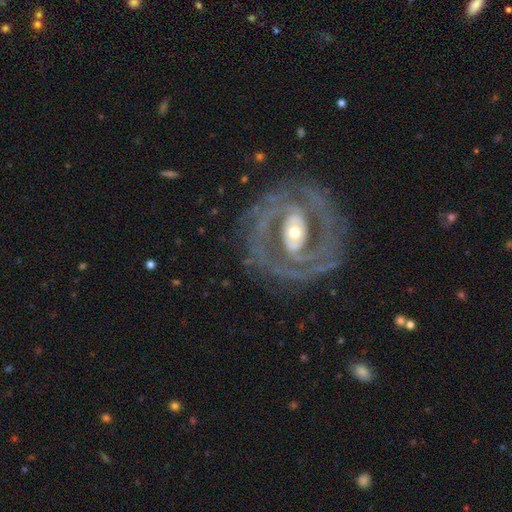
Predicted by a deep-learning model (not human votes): Smooth or featured? featured or disk (88%)
Edge-on disk? no (96%)
Bar? strong (36%)
Spiral arms? yes (90%)
Spiral winding? tight (64%)
Spiral arm count? 2 (61%)
Bulge size? moderate (50%)
Merging? none (77%)